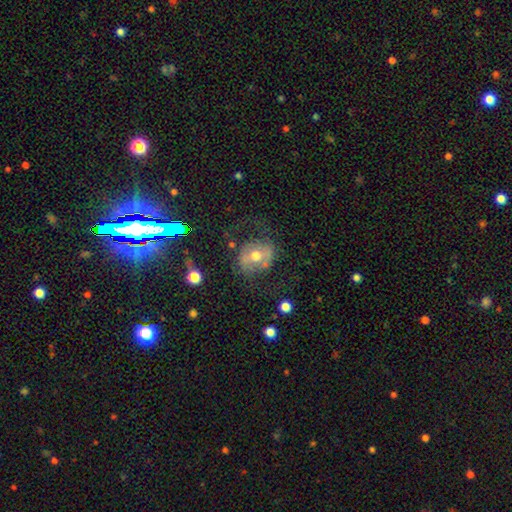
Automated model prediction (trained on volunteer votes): Morphology: type=featured or disk (53%); edge-on=no (94%); merging=none (57%).